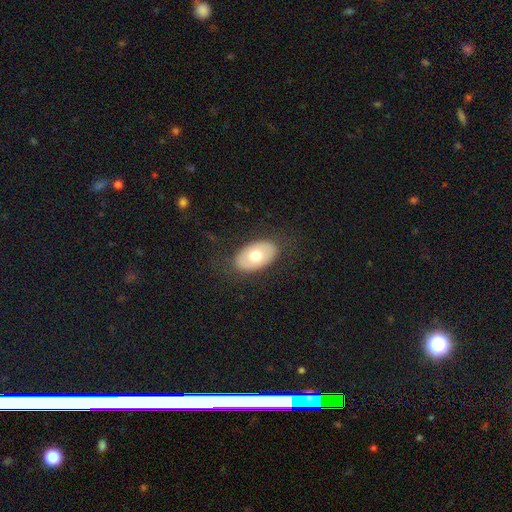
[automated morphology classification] smooth-or-featured: smooth: 64% | featured or disk: 30% | star or artifact: 6%
  how-rounded: in between: 92% | round: 6% | cigar-shaped: 1%
  merging: none: 82% | minor disturbance: 12% | major disturbance: 5% | merger: 1%